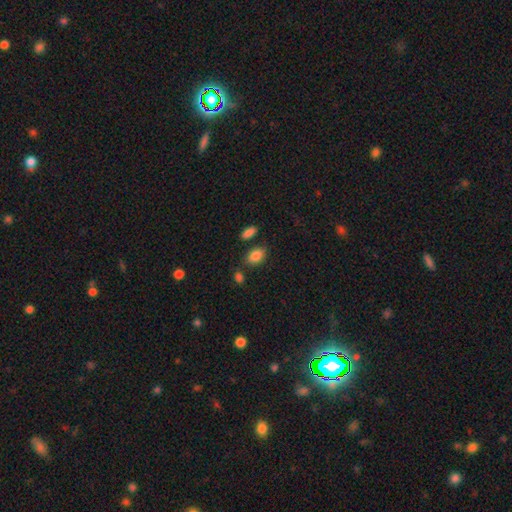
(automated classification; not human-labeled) A smooth galaxy with no disk features (86%) that is in between round and cigar-shaped (87%).

Vote fractions:
- Smooth or featured? smooth: 86% / star or artifact: 9% / featured or disk: 6%
- How rounded? in between: 87% / round: 11% / cigar-shaped: 2%
- Merging? none: 74% / minor disturbance: 14% / merger: 8% / major disturbance: 4%